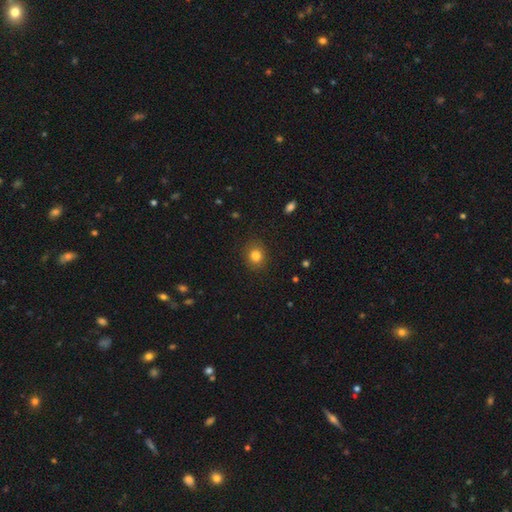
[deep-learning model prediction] This appears to be a smooth galaxy with no disk features (82%) that is round (73%). Merging: none (88%).